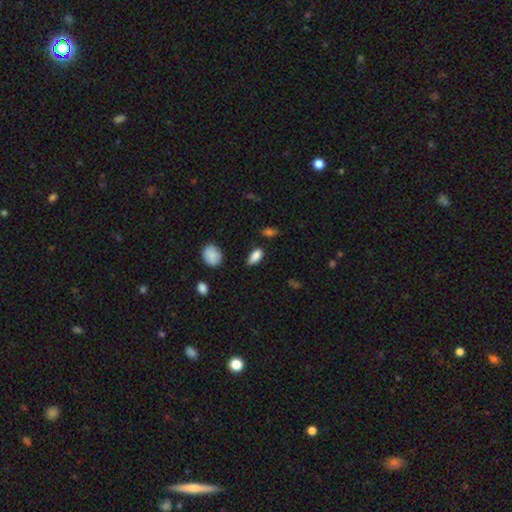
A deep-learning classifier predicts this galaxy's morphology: Smooth or featured? Predicted: smooth (p=0.86). How rounded? Predicted: in between (p=0.88). Merging? Predicted: none (p=0.76).